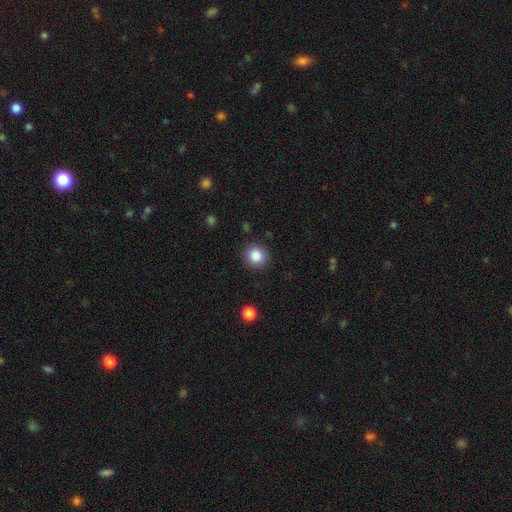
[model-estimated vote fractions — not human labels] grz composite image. It shows a smooth galaxy with no disk features (85%) that is round (91%). Merging: none (90%).